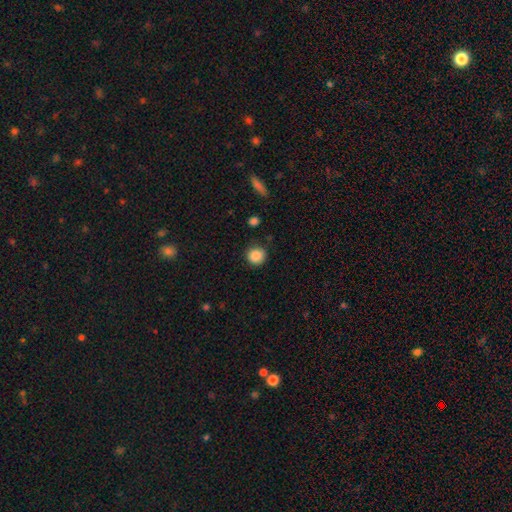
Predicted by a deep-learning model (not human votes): A smooth galaxy with no disk features (87%) that is round (91%).

Vote fractions:
- Smooth or featured? smooth: 87% / star or artifact: 9% / featured or disk: 3%
- How rounded? round: 91% / in between: 8% / cigar-shaped: 1%
- Merging? none: 85% / minor disturbance: 11% / major disturbance: 3% / merger: 2%